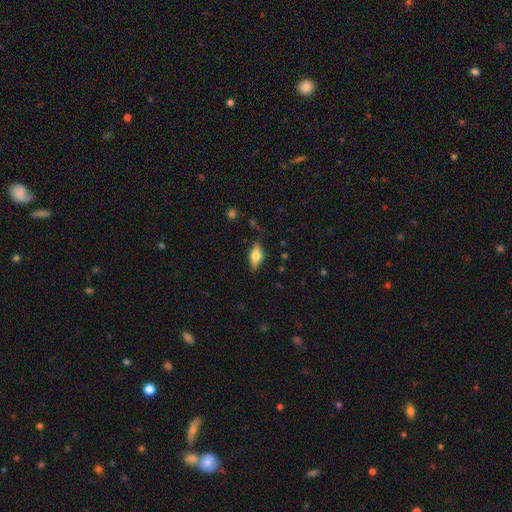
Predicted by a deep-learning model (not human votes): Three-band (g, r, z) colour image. It shows a smooth galaxy with no disk features (59%) that is in between round and cigar-shaped (78%). Merging: none (80%).